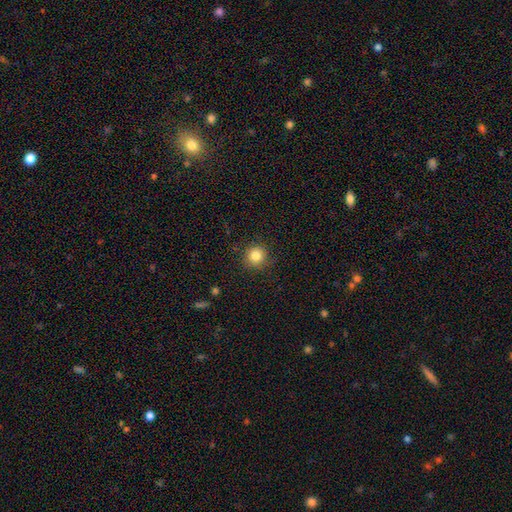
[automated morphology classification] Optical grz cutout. It shows a smooth galaxy with no disk features (83%) that is round (93%). Merging: none (87%).